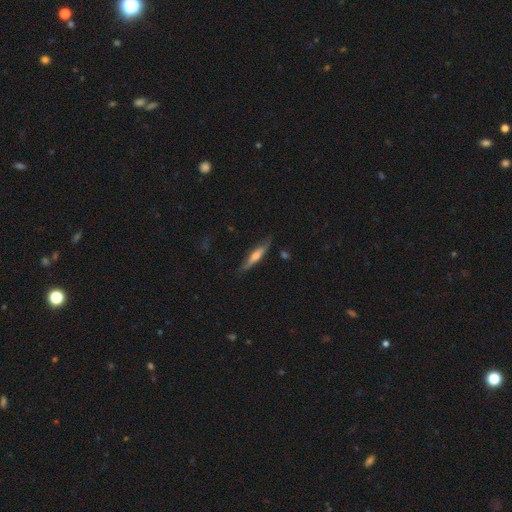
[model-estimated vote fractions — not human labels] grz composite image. It shows a featured or disk galaxy (50%). Merging: none (80%).